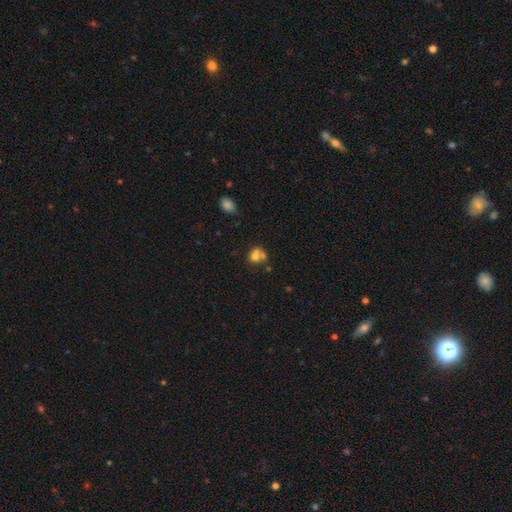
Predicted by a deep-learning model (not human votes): smooth-or-featured: smooth: 70% | featured or disk: 18% | star or artifact: 12%
  how-rounded: round: 64% | in between: 35% | cigar-shaped: 1%
  merging: merger: 50% | none: 32% | minor disturbance: 12% | major disturbance: 7%